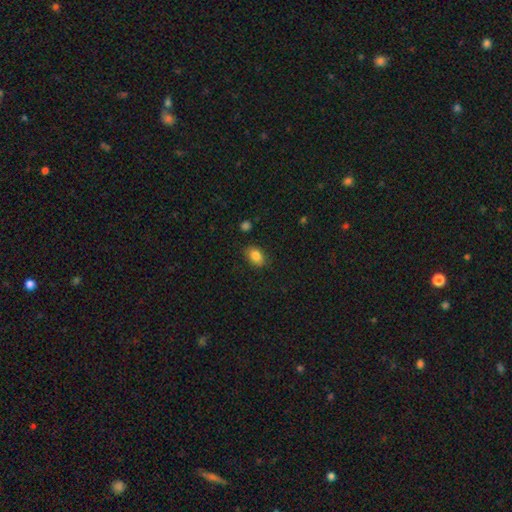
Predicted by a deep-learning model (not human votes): Smooth or featured? smooth (84%)
How rounded? in between (83%)
Merging? none (85%)